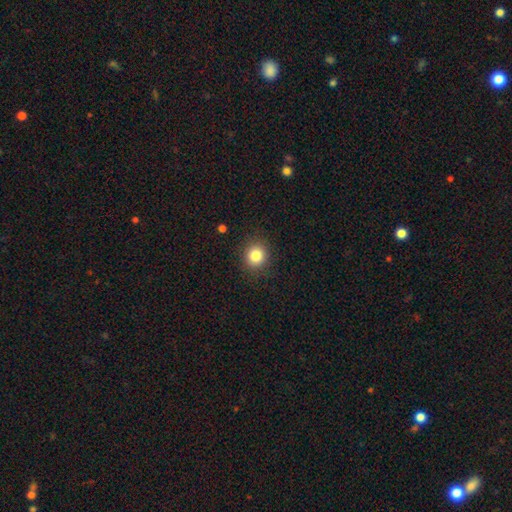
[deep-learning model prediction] Smooth or featured: smooth — 83% (star or artifact — 11%)
How rounded: round — 86% (in between — 13%)
Merging: none — 89% (minor disturbance — 7%)